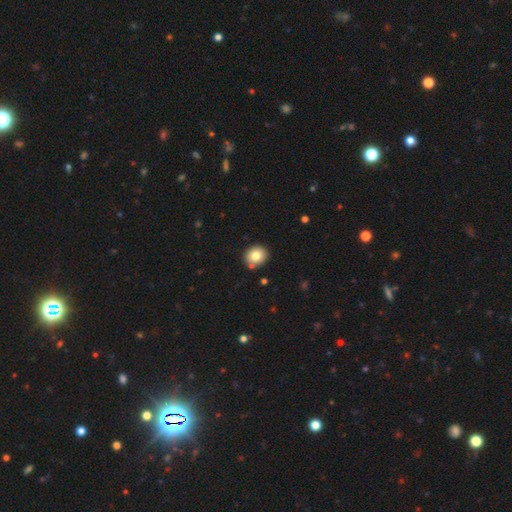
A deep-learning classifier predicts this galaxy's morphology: smooth_or_featured: smooth (p=0.79) [alt: featured or disk p=0.11]
how_rounded: round (p=0.72) [alt: in between p=0.27]
merging: none (p=0.85) [alt: minor disturbance p=0.08]